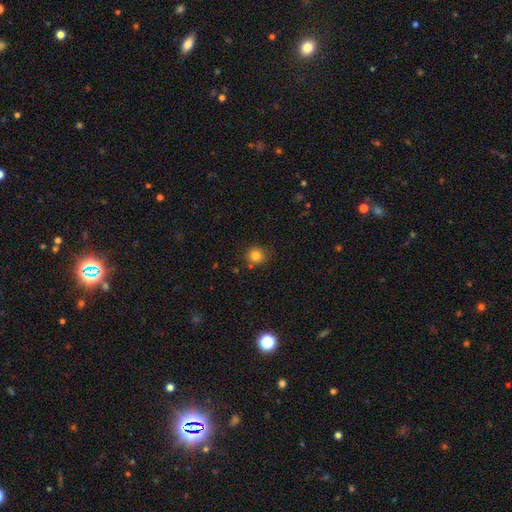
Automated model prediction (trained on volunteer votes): A smooth galaxy with no disk features (82%) that is round (89%). Merging: none (78%).